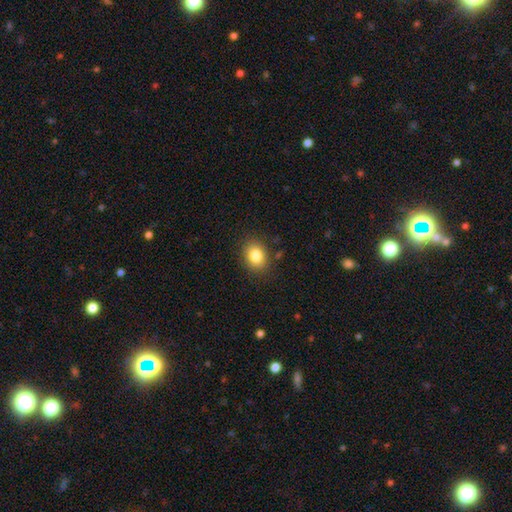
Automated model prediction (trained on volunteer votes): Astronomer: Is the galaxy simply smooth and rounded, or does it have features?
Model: smooth — 83%.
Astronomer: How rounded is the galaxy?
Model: in between — 55% (runner-up: round, 44%).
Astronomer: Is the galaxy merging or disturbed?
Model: none — 85%.